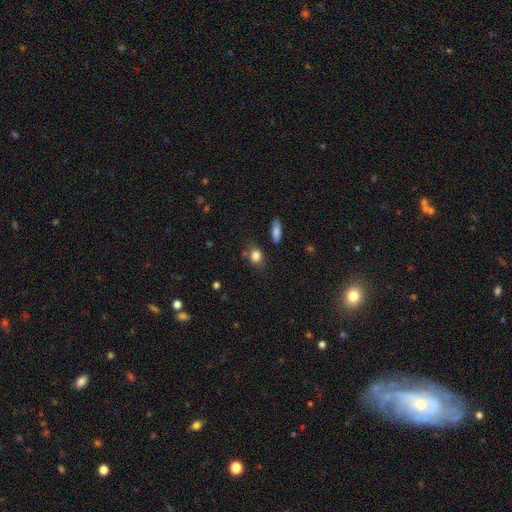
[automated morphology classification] Smooth or featured: smooth — 83% (star or artifact — 10%)
How rounded: in between — 49% (round — 48%)
Merging: none — 70% (minor disturbance — 19%)